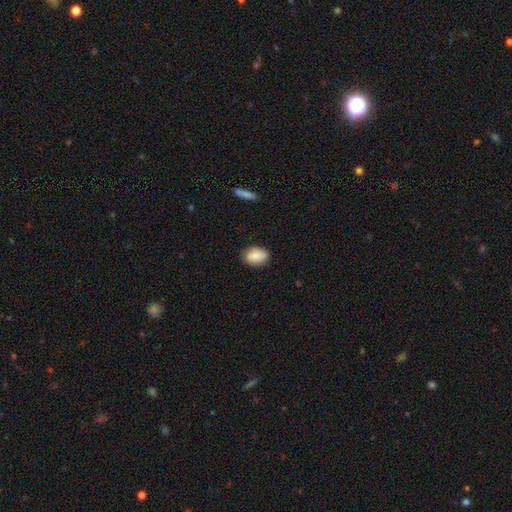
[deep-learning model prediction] Q: Smooth or featured?
A: smooth (77%); runner-up: featured or disk (16%)
Q: How rounded?
A: in between (79%); runner-up: round (20%)
Q: Merging?
A: none (79%); runner-up: minor disturbance (17%)